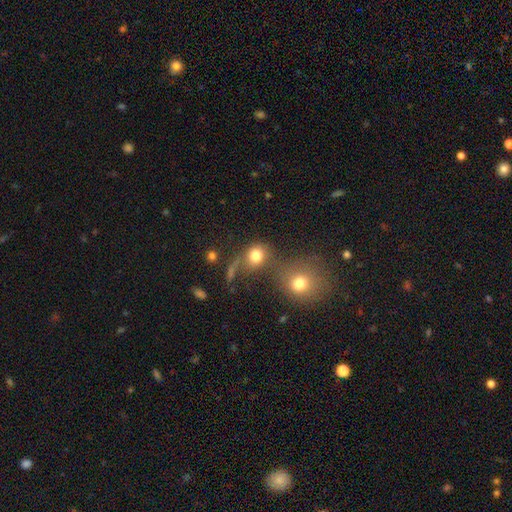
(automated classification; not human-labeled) Smooth or featured?
  - smooth: 77% *
  - star or artifact: 14%
  - featured or disk: 9%
How rounded?
  - round: 75% *
  - in between: 23%
  - cigar-shaped: 1%
Merging?
  - none: 44% *
  - merger: 34%
  - minor disturbance: 11%
  - major disturbance: 10%